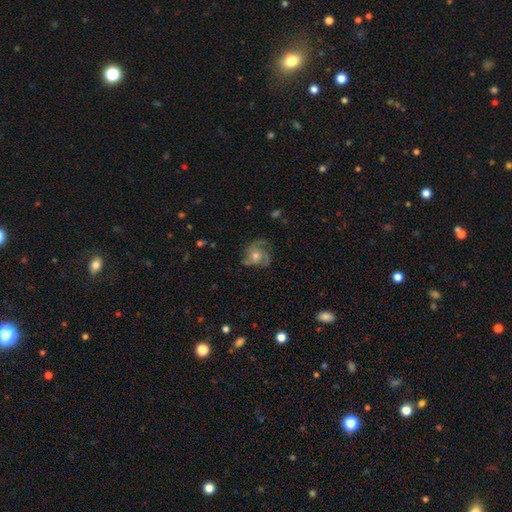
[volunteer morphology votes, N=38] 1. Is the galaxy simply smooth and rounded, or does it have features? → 82% featured or disk, 16% smooth, 3% star or artifact.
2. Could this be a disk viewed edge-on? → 100% no, 0% yes.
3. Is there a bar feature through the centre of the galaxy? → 87% no, 10% weak, 3% strong.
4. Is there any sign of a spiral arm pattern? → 94% yes, 6% no.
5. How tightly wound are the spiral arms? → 79% medium, 10% tight, 10% loose.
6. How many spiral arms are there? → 72% 3, 21% 2, 3% 4, 3% can't tell, 0% 1, 0% more than 4.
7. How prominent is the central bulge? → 74% moderate, 19% small, 3% large, 3% none, 0% dominant.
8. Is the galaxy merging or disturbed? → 65% none, 27% minor disturbance, 5% major disturbance, 3% merger.